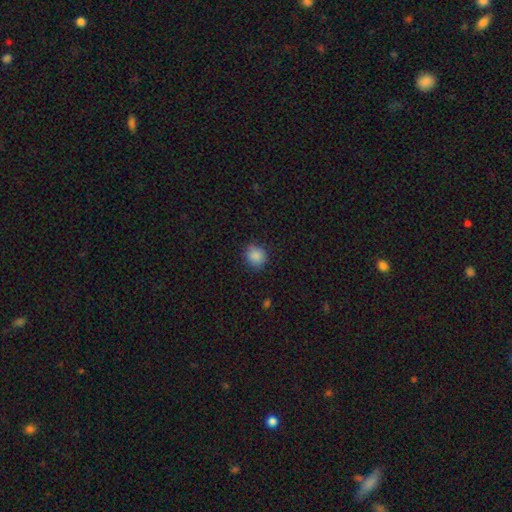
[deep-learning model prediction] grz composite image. It shows a smooth galaxy with no disk features (87%) that is round (81%). Merging: none (84%).